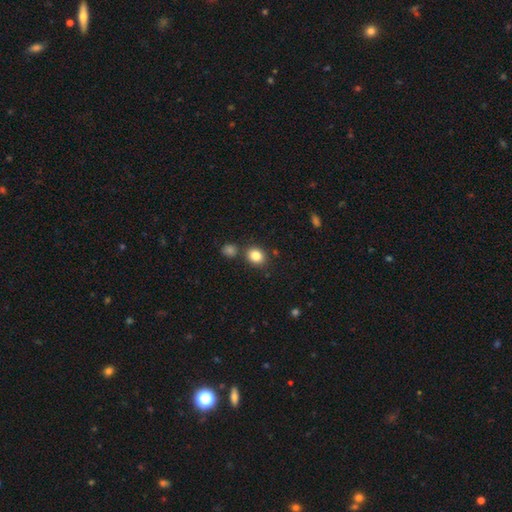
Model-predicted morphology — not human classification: A smooth galaxy with no disk features (84%) that is round (56%). Merging: none (77%).